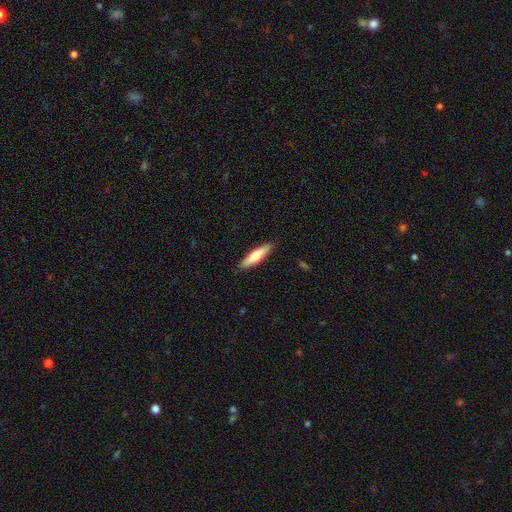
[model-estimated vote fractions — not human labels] Q: Smooth or featured?
A: smooth (69%); runner-up: featured or disk (25%)
Q: How rounded?
A: cigar-shaped (72%); runner-up: in between (27%)
Q: Merging?
A: none (89%); runner-up: minor disturbance (8%)